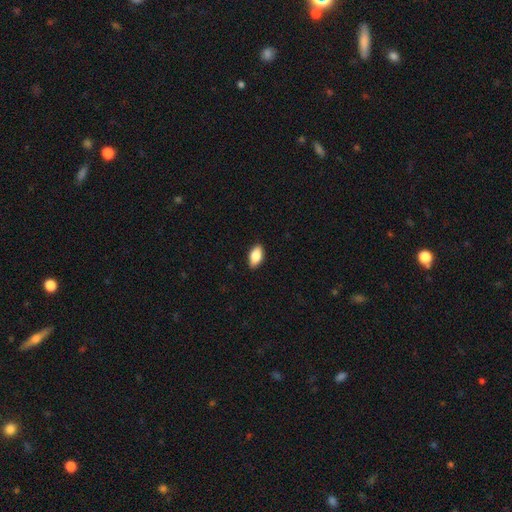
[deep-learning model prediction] Morphology: type=smooth (83%); roundness=in between (91%); merging=none (89%).